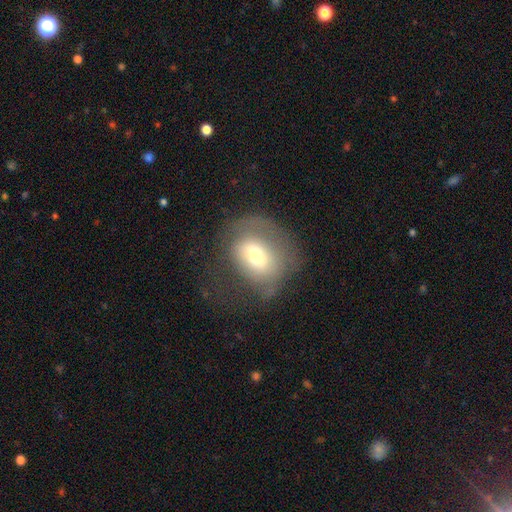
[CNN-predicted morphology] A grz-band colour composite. It shows a smooth galaxy with no disk features (54%) that is round (53%). Merging: none (40%).